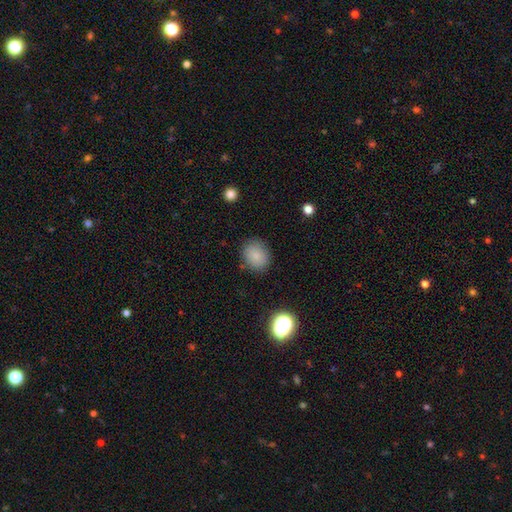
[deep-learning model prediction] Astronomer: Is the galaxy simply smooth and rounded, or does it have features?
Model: smooth — 85%.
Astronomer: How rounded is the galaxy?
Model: round — 55% (runner-up: in between, 44%).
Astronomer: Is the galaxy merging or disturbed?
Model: none — 84%.